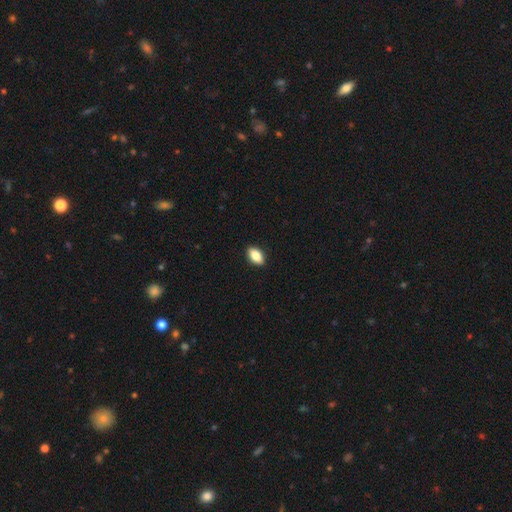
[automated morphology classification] Overall: smooth (84%). How rounded: in between (90%). Merging: none (89%).